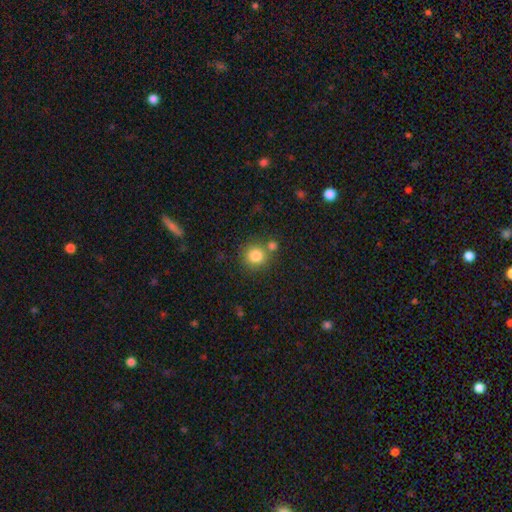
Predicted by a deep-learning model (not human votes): smooth_or_featured: smooth (p=0.82) [alt: star or artifact p=0.11]
how_rounded: round (p=0.91) [alt: in between p=0.08]
merging: none (p=0.69) [alt: merger p=0.19]